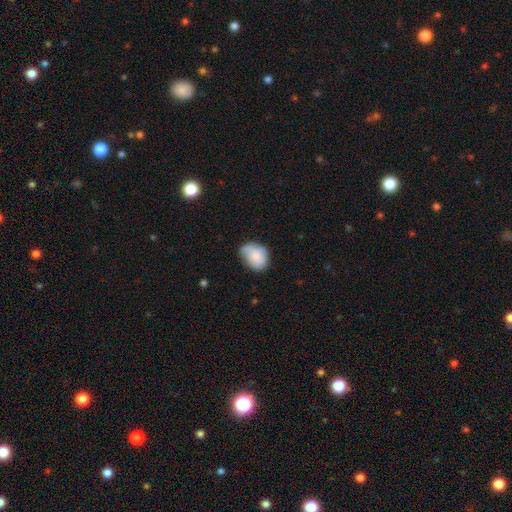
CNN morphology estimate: A smooth galaxy with no disk features (77%) that is in between round and cigar-shaped (61%).

Vote fractions:
- Smooth or featured? smooth: 77% / featured or disk: 15% / star or artifact: 7%
- How rounded? in between: 61% / round: 38% / cigar-shaped: 1%
- Merging? none: 56% / minor disturbance: 34% / major disturbance: 8% / merger: 2%